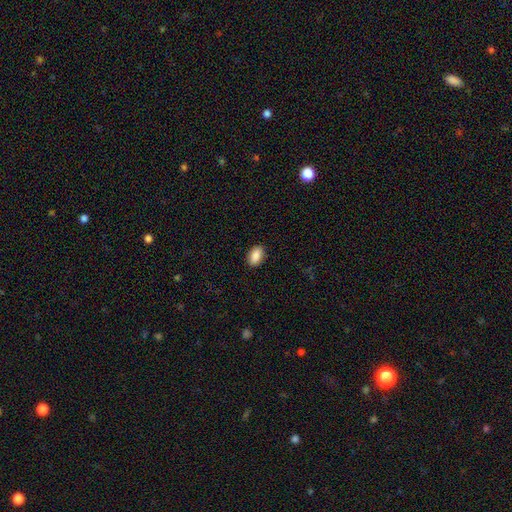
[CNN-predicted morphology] Overall: smooth (89%). How rounded: in between (90%). Merging: none (89%).